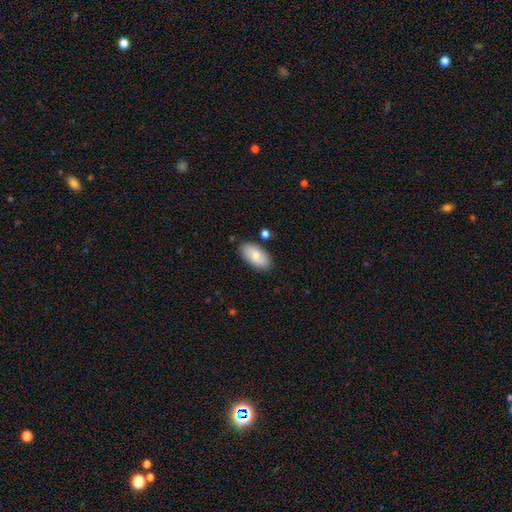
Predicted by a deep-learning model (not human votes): Morphology: type=smooth (78%); roundness=in between (95%); merging=none (84%).